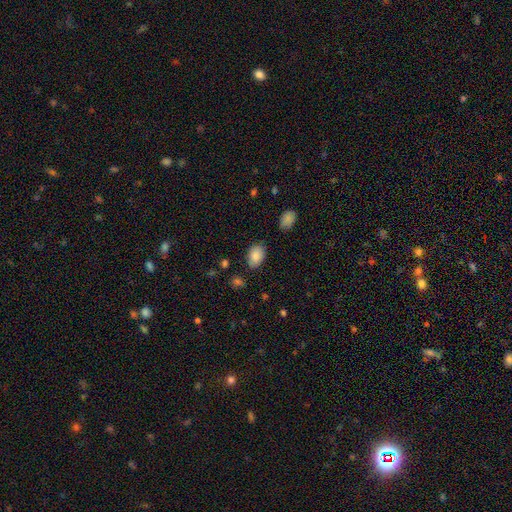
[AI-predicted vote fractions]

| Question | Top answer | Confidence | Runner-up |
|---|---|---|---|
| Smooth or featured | smooth | 85% | star or artifact (8%) |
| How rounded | in between | 87% | round (12%) |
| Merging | none | 79% | minor disturbance (16%) |